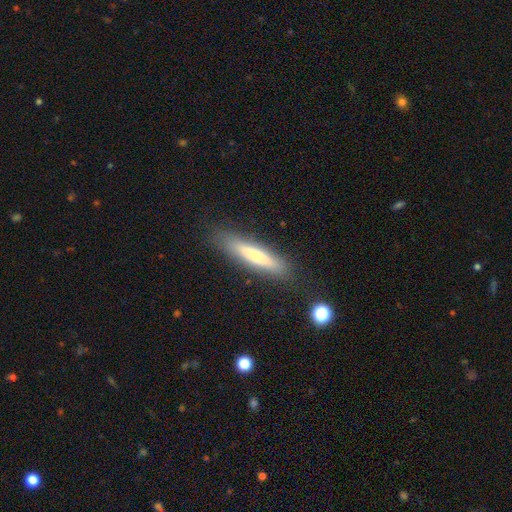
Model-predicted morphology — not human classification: This appears to be a smooth galaxy with no disk features (70%) that is cigar-shaped (87%). Merging: none (86%).